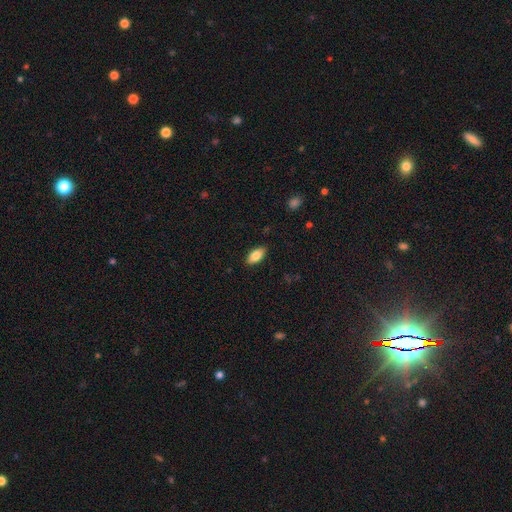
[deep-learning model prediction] smooth_or_featured: smooth (p=0.82) [alt: featured or disk p=0.11]
how_rounded: in between (p=0.90) [alt: cigar-shaped p=0.07]
merging: none (p=0.88) [alt: minor disturbance p=0.09]